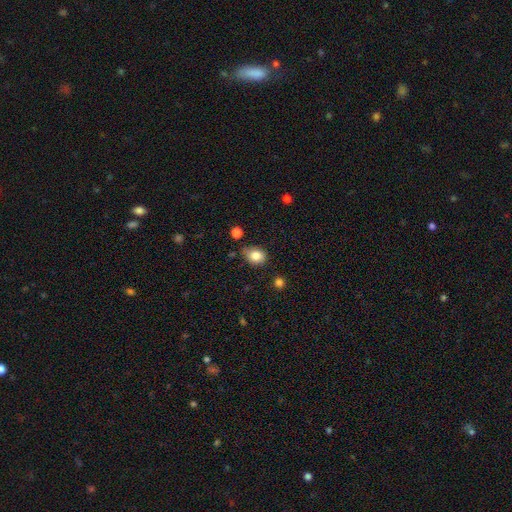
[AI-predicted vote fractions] Q: Smooth or featured?
A: smooth (83%); runner-up: star or artifact (9%)
Q: How rounded?
A: in between (61%); runner-up: round (37%)
Q: Merging?
A: none (64%); runner-up: minor disturbance (26%)